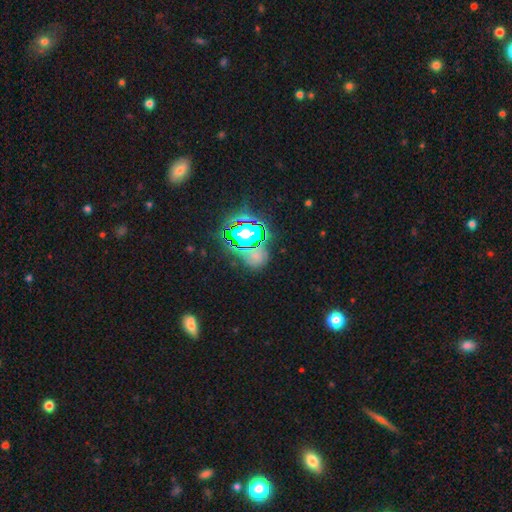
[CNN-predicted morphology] This is possibly a star or artifact rather than a galaxy (54%).